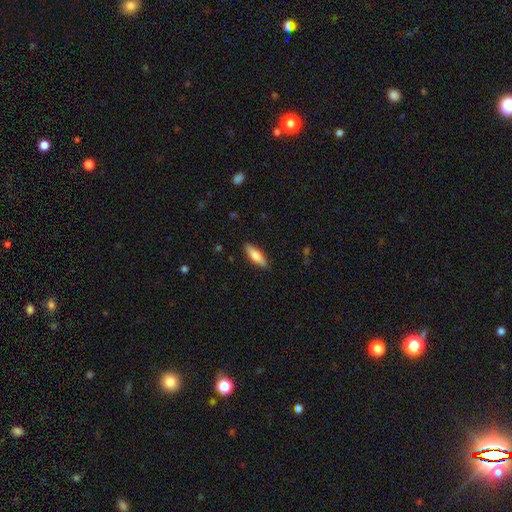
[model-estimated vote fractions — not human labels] smooth-or-featured: smooth: 75% | featured or disk: 19% | star or artifact: 6%
  how-rounded: cigar-shaped: 51% | in between: 48% | round: 2%
  merging: none: 88% | minor disturbance: 9% | major disturbance: 2% | merger: 1%